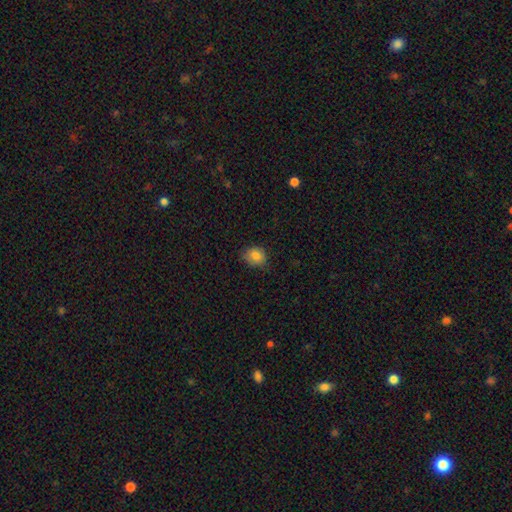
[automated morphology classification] smooth 83%, star or artifact 9%, featured or disk 7%. Down the decision tree: how rounded — round (63%); merging — none (74%).